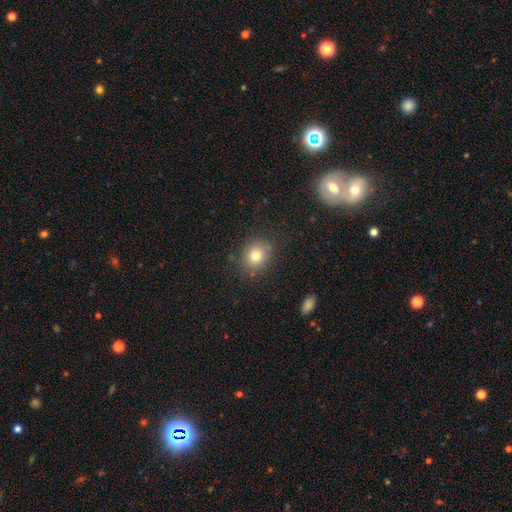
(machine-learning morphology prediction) Overall: smooth (77%). How rounded: round (73%). Merging: none (83%).